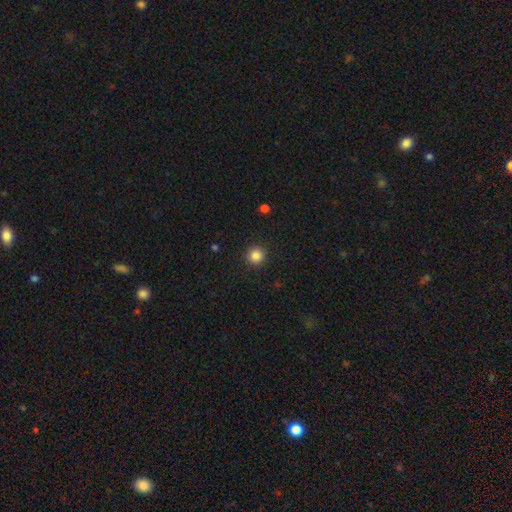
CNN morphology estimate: A smooth galaxy with no disk features (85%) that is round (95%).

Vote fractions:
- Smooth or featured? smooth: 85% / star or artifact: 11% / featured or disk: 4%
- How rounded? round: 95% / in between: 4% / cigar-shaped: 1%
- Merging? none: 92% / minor disturbance: 5% / major disturbance: 2% / merger: 1%